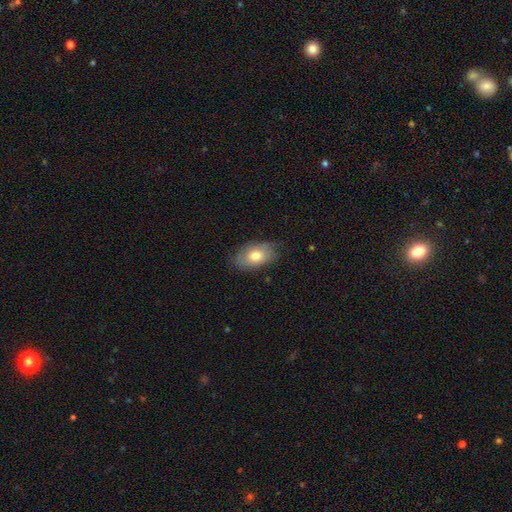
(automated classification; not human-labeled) This appears to be a smooth galaxy with no disk features (71%) that is in between round and cigar-shaped (90%). Merging: none (72%).